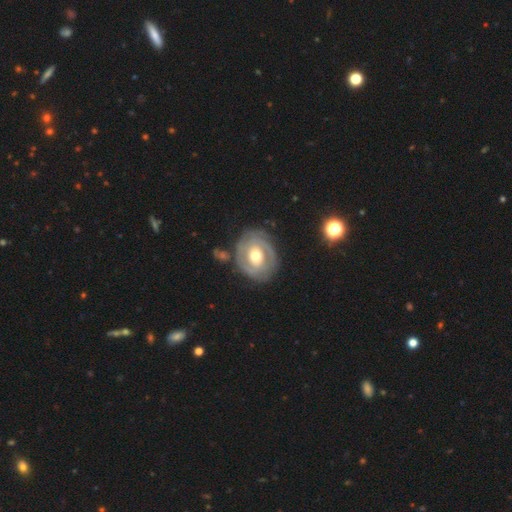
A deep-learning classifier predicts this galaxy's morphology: This is likely a featured or disk galaxy (76%). It is clearly not viewed edge-on (97%). Bar: likely no (61%). Spiral arm pattern: likely yes (76%). Spiral arm count: possibly 2 (51%). Spiral winding: likely tight (69%). Central bulge: likely moderate (73%). Merging: likely none (74%).